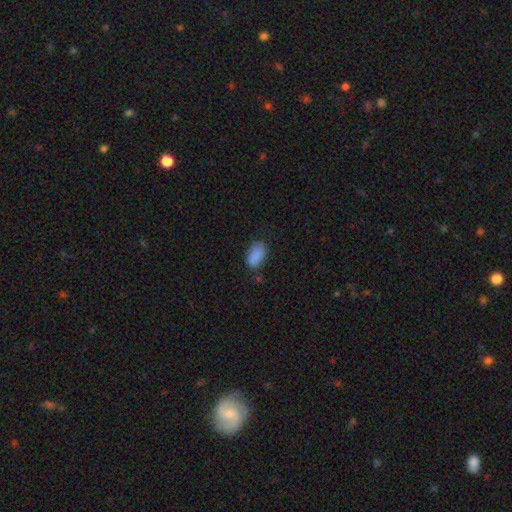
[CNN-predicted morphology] Q: Smooth or featured?
A: smooth (87%); runner-up: star or artifact (8%)
Q: How rounded?
A: in between (92%); runner-up: round (6%)
Q: Merging?
A: none (70%); runner-up: minor disturbance (22%)